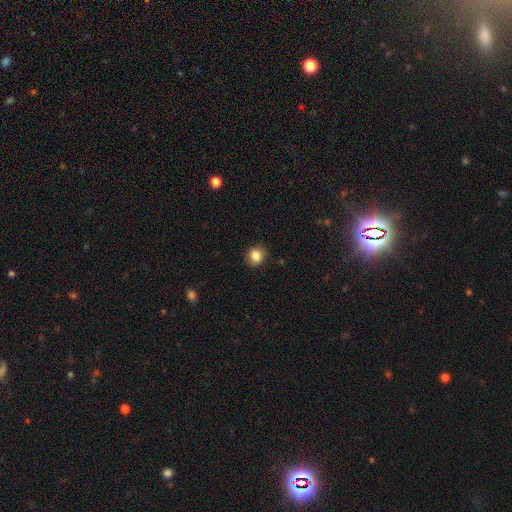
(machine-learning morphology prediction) Smooth or featured? smooth (84%)
How rounded? round (74%)
Merging? none (87%)